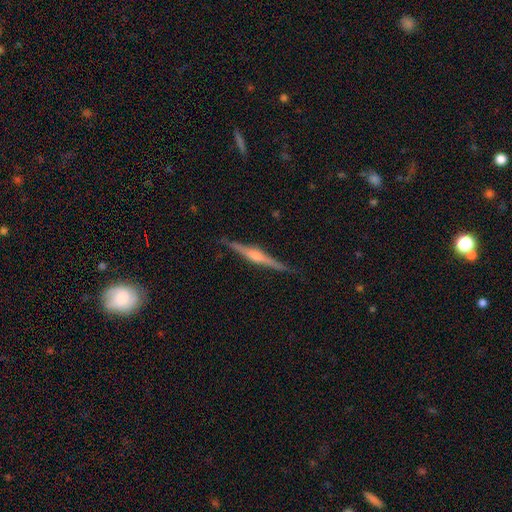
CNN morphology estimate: type=featured or disk (81%); edge-on=yes (98%); edge-on bulge=rounded (80%); merging=none (90%).